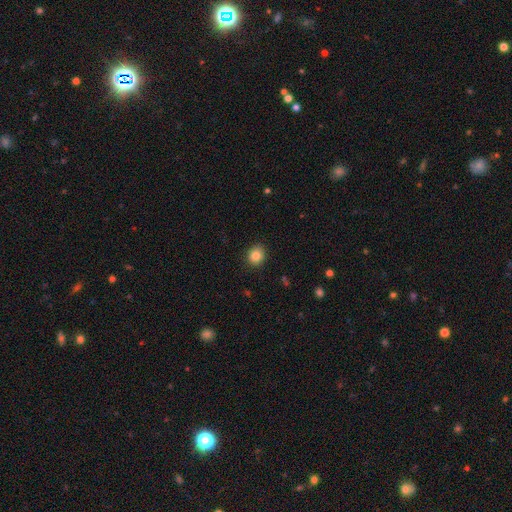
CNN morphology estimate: This is clearly a smooth galaxy (85%). How rounded: likely round (78%). Merging: clearly none (89%).